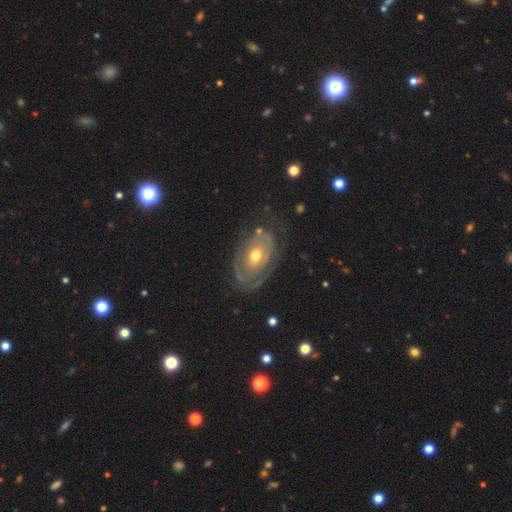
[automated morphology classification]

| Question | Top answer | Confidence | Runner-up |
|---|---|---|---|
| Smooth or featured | featured or disk | 73% | smooth (21%) |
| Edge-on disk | no | 94% | yes (6%) |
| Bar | no | 80% | weak (16%) |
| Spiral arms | yes | 62% | no (38%) |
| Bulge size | moderate | 67% | small (26%) |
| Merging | none | 65% | minor disturbance (21%) |